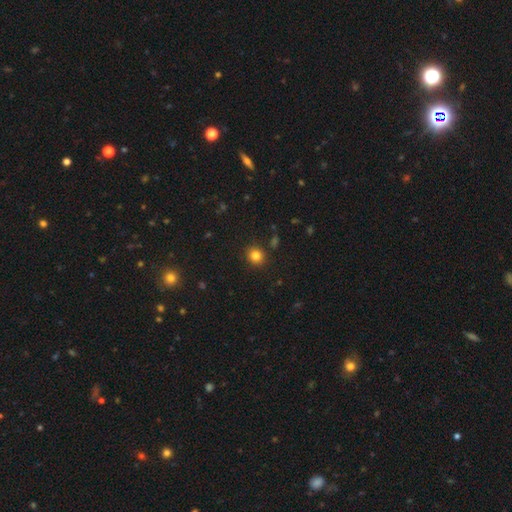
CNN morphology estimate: A smooth galaxy with no disk features (82%) that is round (83%). Merging: none (89%).